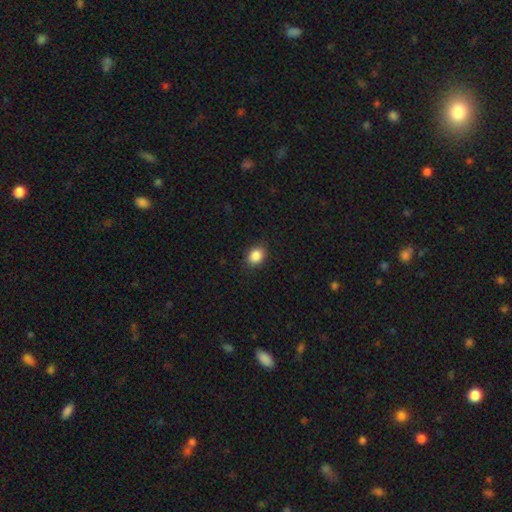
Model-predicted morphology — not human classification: smooth_or_featured: smooth (p=0.87) [alt: star or artifact p=0.09]
how_rounded: in between (p=0.56) [alt: round p=0.43]
merging: none (p=0.87) [alt: minor disturbance p=0.10]